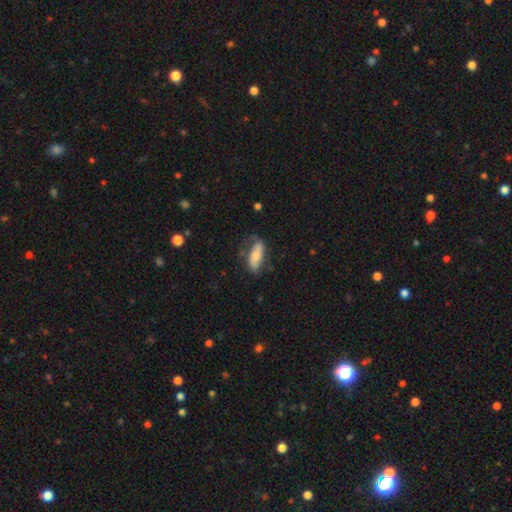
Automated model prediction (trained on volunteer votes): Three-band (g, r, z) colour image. It shows a smooth galaxy with no disk features (55%) that is in between round and cigar-shaped (74%). Merging: none (57%).